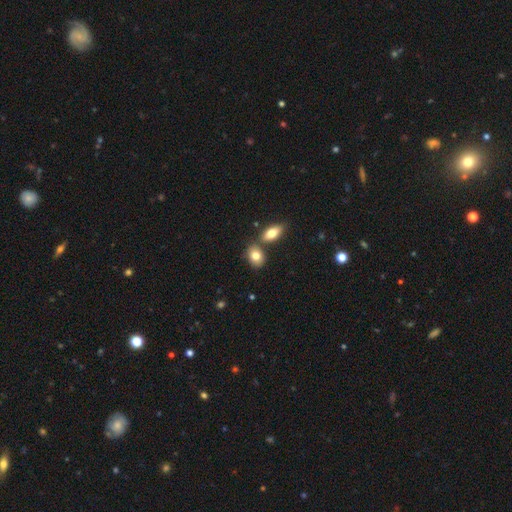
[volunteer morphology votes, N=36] smooth_or_featured: smooth (p=0.89) [alt: featured or disk p=0.08]
how_rounded: in between (p=0.78) [alt: round p=0.19]
merging: none (p=0.60) [alt: minor disturbance p=0.23]